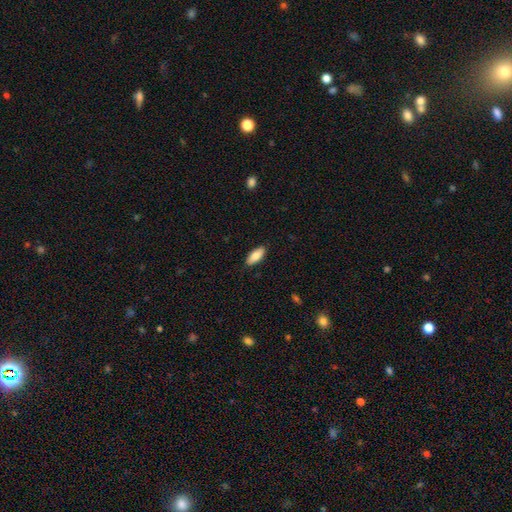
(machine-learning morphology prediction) type=smooth (83%); roundness=in between (80%); merging=none (88%).